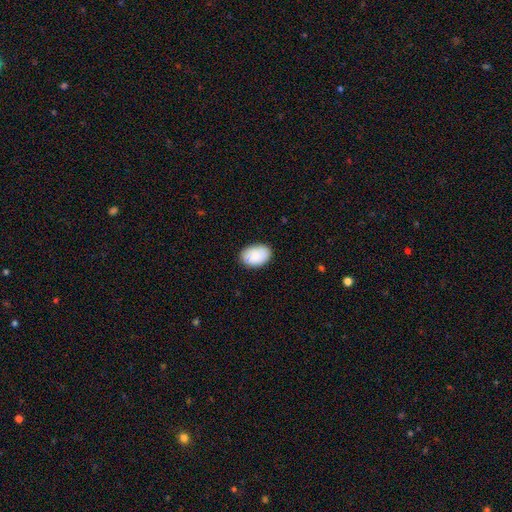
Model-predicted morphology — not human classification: A smooth galaxy with no disk features (85%) that is in between round and cigar-shaped (86%).

Vote fractions:
- Smooth or featured? smooth: 85% / featured or disk: 9% / star or artifact: 7%
- How rounded? in between: 86% / round: 13% / cigar-shaped: 1%
- Merging? none: 82% / minor disturbance: 14% / major disturbance: 3% / merger: 1%